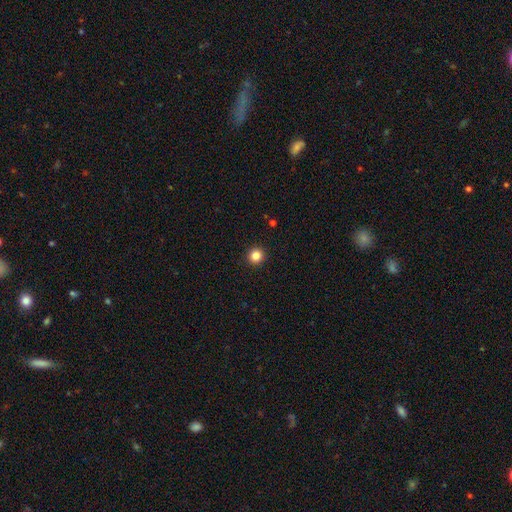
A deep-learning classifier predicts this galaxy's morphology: Smooth or featured? smooth (84%)
How rounded? round (95%)
Merging? none (94%)